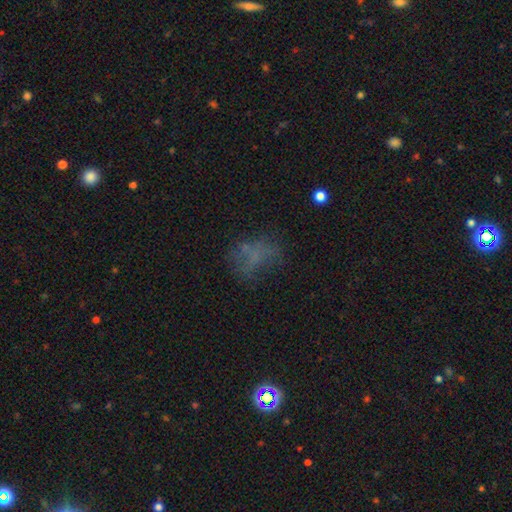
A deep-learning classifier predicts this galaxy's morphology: A smooth galaxy with no disk features (44%).

Vote fractions:
- Smooth or featured? smooth: 44% / featured or disk: 29% / star or artifact: 27%
- Merging? none: 51% / major disturbance: 24% / minor disturbance: 20% / merger: 5%